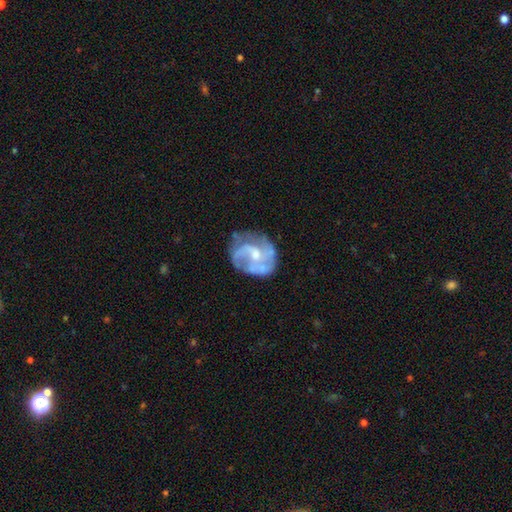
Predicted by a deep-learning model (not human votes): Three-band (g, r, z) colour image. It shows a featured or disk galaxy (79%) with no bar (56%), 2 (43%) medium (44%) spiral arms (83%) and a moderate central bulge (46%). Merging: none (52%).